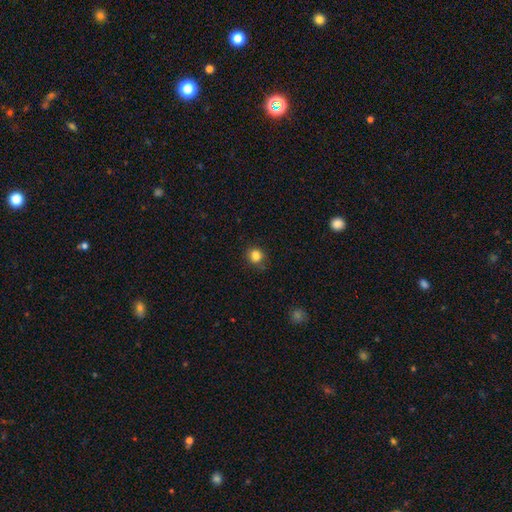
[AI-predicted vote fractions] Smooth or featured? smooth (84%)
How rounded? round (77%)
Merging? none (77%)